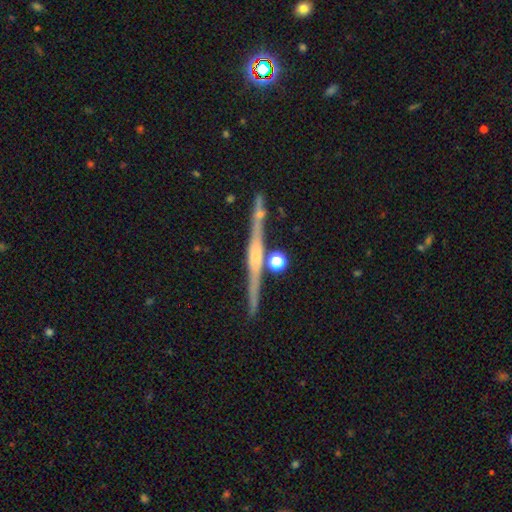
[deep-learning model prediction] Q: Smooth or featured?
A: featured or disk (80%); runner-up: smooth (12%)
Q: Edge-on disk?
A: yes (98%); runner-up: no (2%)
Q: Edge-on bulge?
A: rounded (66%); runner-up: none (23%)
Q: Merging?
A: none (86%); runner-up: minor disturbance (7%)